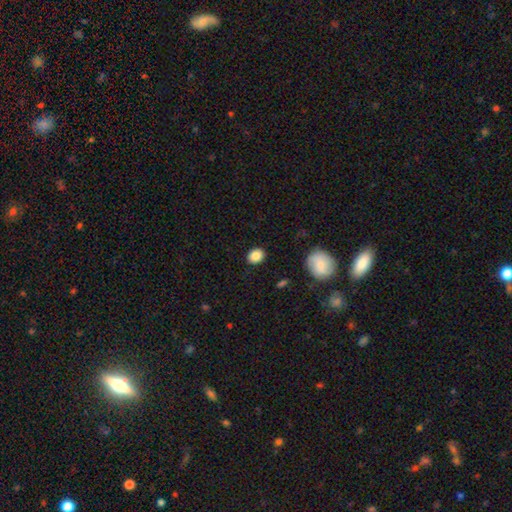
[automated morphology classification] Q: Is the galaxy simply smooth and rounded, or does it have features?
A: smooth — 86%.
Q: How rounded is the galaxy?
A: in between — 53%.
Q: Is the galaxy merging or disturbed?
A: none — 88%.